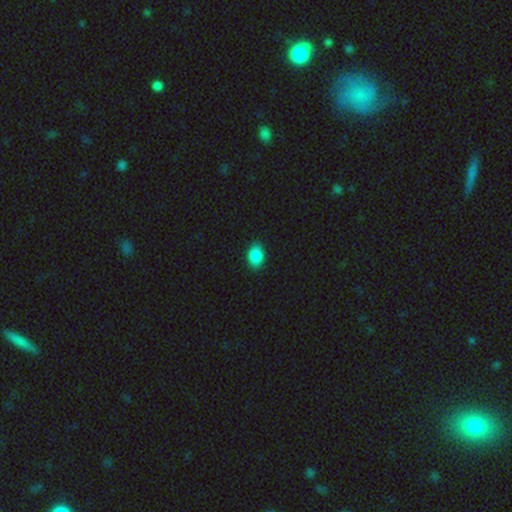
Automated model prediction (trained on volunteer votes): Smooth or featured? Predicted: smooth (p=0.87). How rounded? Predicted: in between (p=0.82). Merging? Predicted: none (p=0.87).